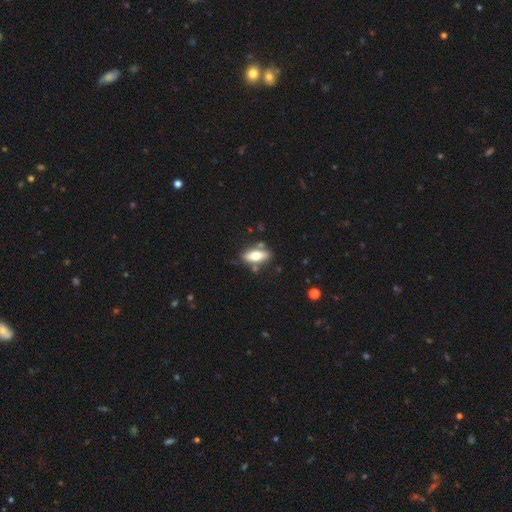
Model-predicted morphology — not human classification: Overall: smooth (62%; featured or disk 31%). How rounded: in between (77%). Merging: none (74%).